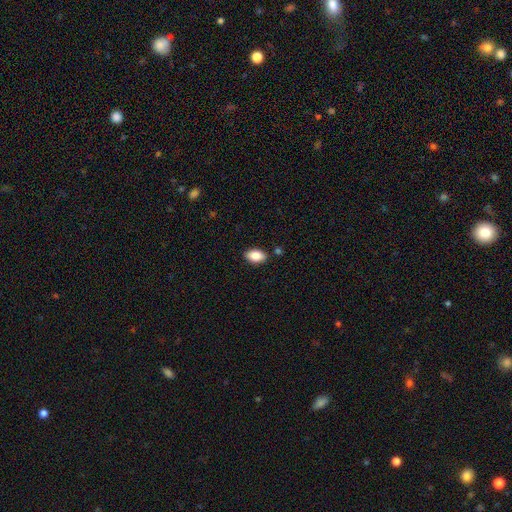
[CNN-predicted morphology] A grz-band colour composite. It shows a smooth galaxy with no disk features (87%) that is in between round and cigar-shaped (92%). Merging: none (84%).